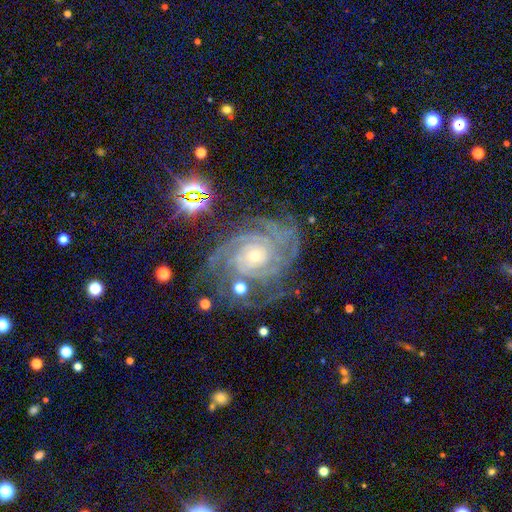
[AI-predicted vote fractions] smooth_or_featured: featured or disk (p=0.88) [alt: star or artifact p=0.08]
disk_edge_on: no (p=0.97) [alt: yes p=0.03]
bar: no (p=0.76) [alt: weak p=0.18]
has_spiral_arms: yes (p=0.98) [alt: no p=0.02]
spiral_winding: tight (p=0.75) [alt: medium p=0.21]
spiral_arm_count: 4 (p=0.23) [alt: can't tell p=0.21]
bulge_size: small (p=0.72) [alt: moderate p=0.24]
merging: none (p=0.68) [alt: minor disturbance p=0.19]